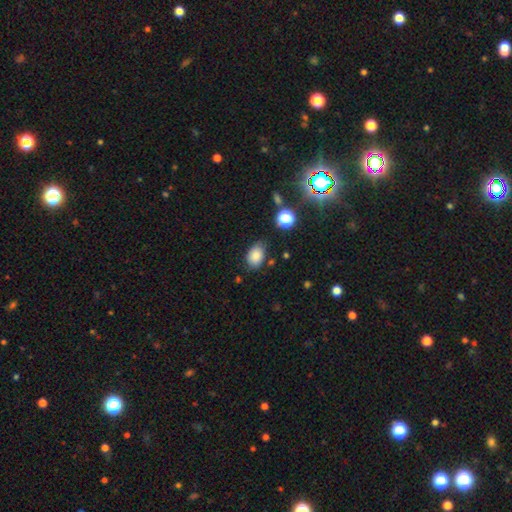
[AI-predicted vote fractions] Smooth or featured?
  - smooth: 83% *
  - star or artifact: 10%
  - featured or disk: 6%
How rounded?
  - in between: 81% *
  - round: 18%
  - cigar-shaped: 1%
Merging?
  - none: 71% *
  - minor disturbance: 22%
  - major disturbance: 4%
  - merger: 3%